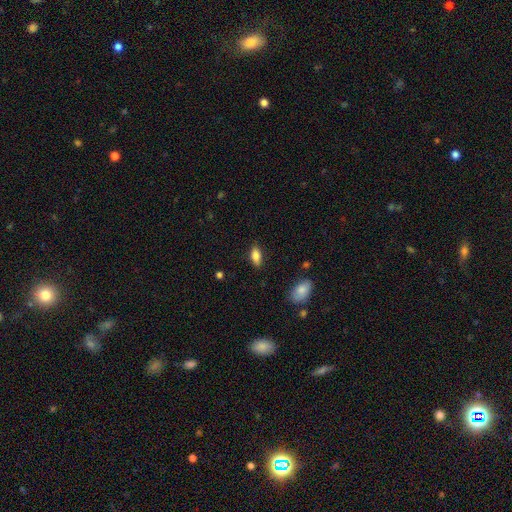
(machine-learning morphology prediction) smooth-or-featured: smooth: 80% | featured or disk: 12% | star or artifact: 8%
  how-rounded: in between: 84% | cigar-shaped: 13% | round: 3%
  merging: none: 84% | minor disturbance: 12% | major disturbance: 3% | merger: 1%